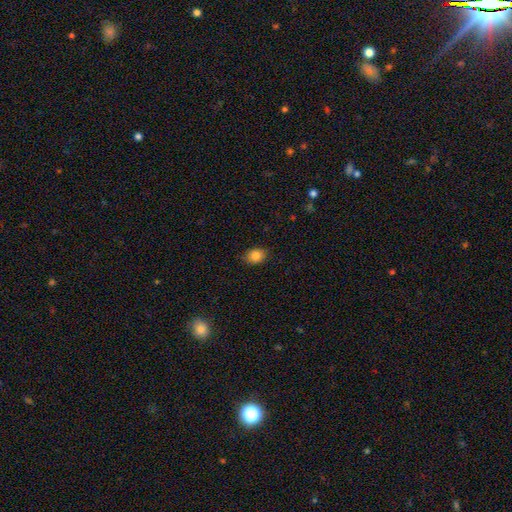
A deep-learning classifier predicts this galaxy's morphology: smooth 84%, star or artifact 10%, featured or disk 6%. Down the decision tree: how rounded — in between (64%); merging — none (85%).